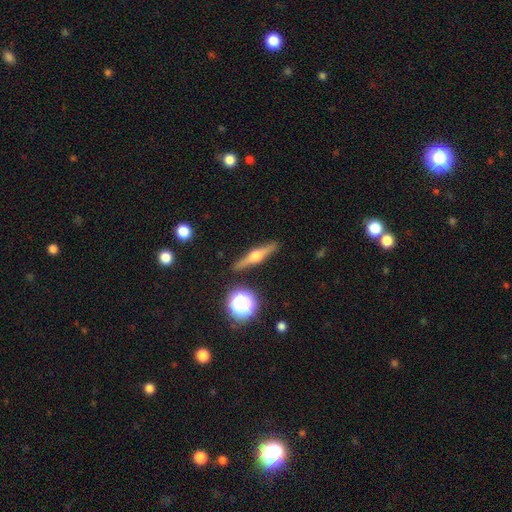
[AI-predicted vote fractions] smooth-or-featured: featured or disk: 73% | smooth: 20% | star or artifact: 7%
  disk-edge-on: yes: 97% | no: 3%
    edge-on-bulge: rounded: 94% | boxy: 4% | none: 2%
  merging: none: 90% | minor disturbance: 6% | merger: 2% | major disturbance: 2%